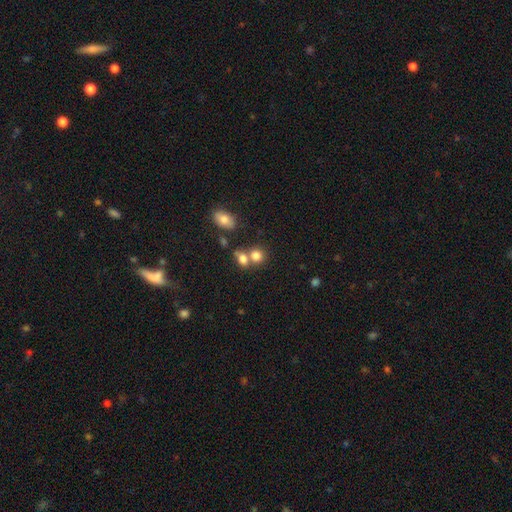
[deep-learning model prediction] Smooth or featured?
  - smooth: 79% *
  - star or artifact: 12%
  - featured or disk: 9%
How rounded?
  - round: 68% *
  - in between: 30%
  - cigar-shaped: 1%
Merging?
  - none: 44% *
  - merger: 43%
  - minor disturbance: 9%
  - major disturbance: 4%